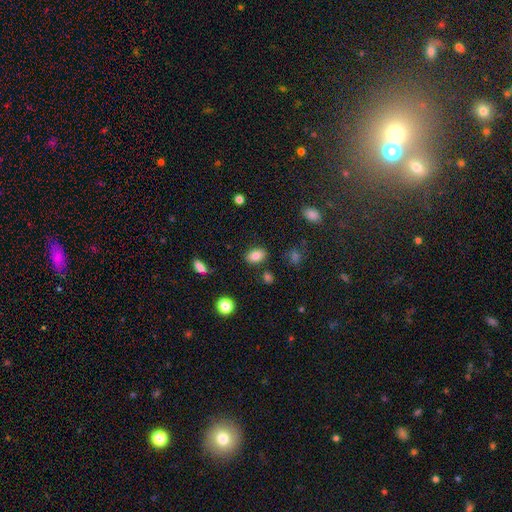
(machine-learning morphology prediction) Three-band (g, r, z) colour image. It shows a smooth galaxy with no disk features (83%) that is in between round and cigar-shaped (86%). Merging: none (84%).